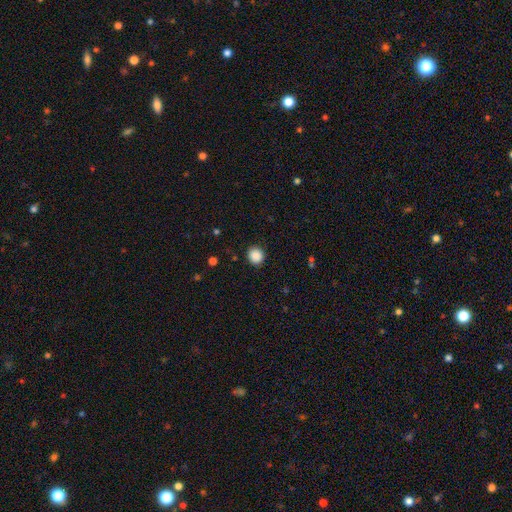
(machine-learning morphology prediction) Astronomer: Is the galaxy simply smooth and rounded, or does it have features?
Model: smooth — 88%.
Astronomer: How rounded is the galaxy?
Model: round — 88%.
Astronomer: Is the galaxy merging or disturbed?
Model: none — 90%.